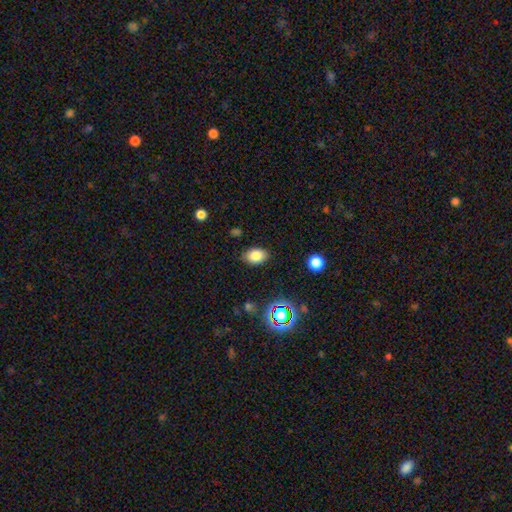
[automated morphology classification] Smooth or featured? smooth (81%)
How rounded? in between (83%)
Merging? none (83%)